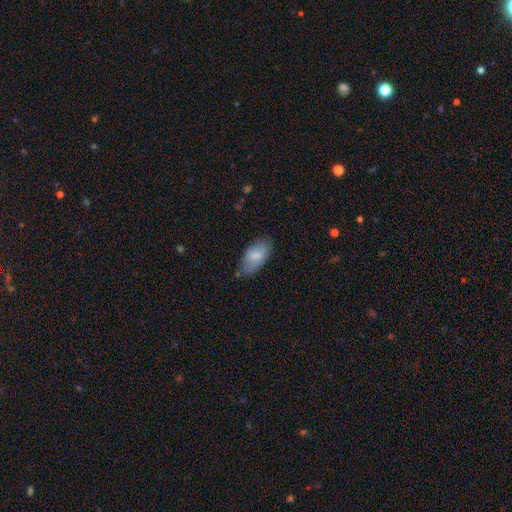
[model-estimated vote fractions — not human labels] The model was most divided on "merging": none: 66%, minor disturbance: 26%, major disturbance: 6%, merger: 2%. More confident: how rounded — in between (91%); smooth or featured — smooth (79%).